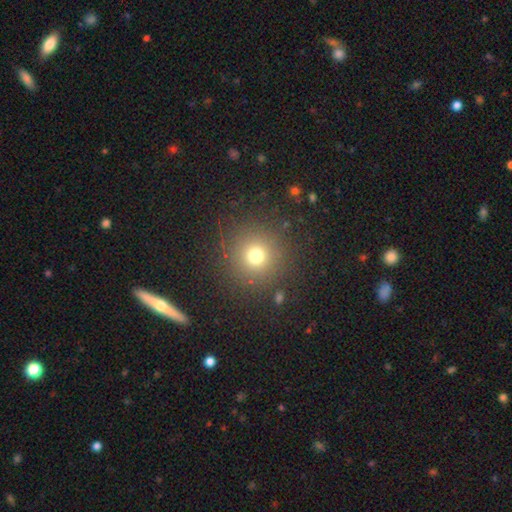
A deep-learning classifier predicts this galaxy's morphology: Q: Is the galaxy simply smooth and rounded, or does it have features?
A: smooth — 71%.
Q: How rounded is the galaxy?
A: round — 94%.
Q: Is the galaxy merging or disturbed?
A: none — 87%.